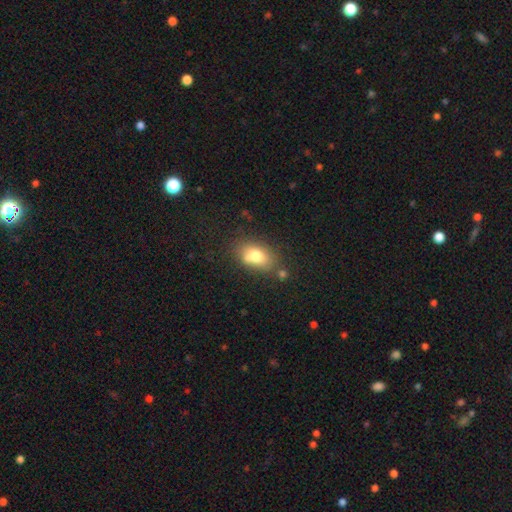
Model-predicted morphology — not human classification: Q: Smooth or featured?
A: smooth (74%); runner-up: featured or disk (16%)
Q: How rounded?
A: in between (79%); runner-up: round (20%)
Q: Merging?
A: none (58%); runner-up: merger (19%)